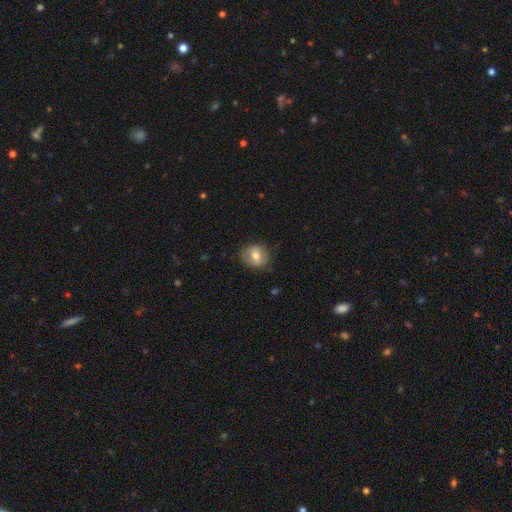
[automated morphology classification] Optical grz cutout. It shows a smooth galaxy with no disk features (69%) that is round (72%). Merging: none (78%).